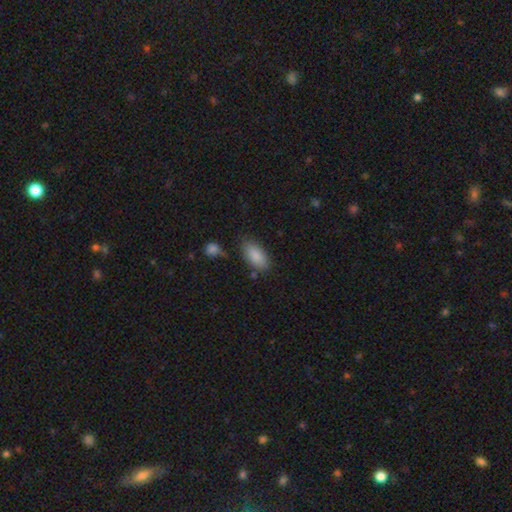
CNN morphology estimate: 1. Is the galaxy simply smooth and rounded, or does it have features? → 87% smooth, 7% star or artifact, 6% featured or disk.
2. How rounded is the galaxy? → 92% in between, 5% cigar-shaped, 3% round.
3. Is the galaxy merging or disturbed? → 76% none, 15% minor disturbance, 5% merger, 4% major disturbance.